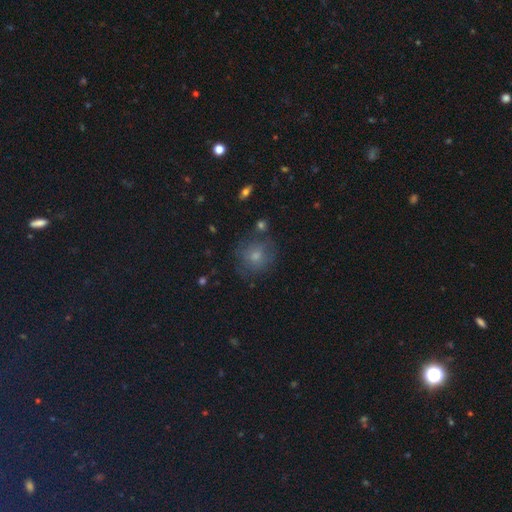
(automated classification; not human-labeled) smooth-or-featured: smooth: 69% | featured or disk: 18% | star or artifact: 13%
  how-rounded: round: 84% | in between: 15% | cigar-shaped: 1%
  merging: none: 71% | minor disturbance: 18% | major disturbance: 7% | merger: 4%